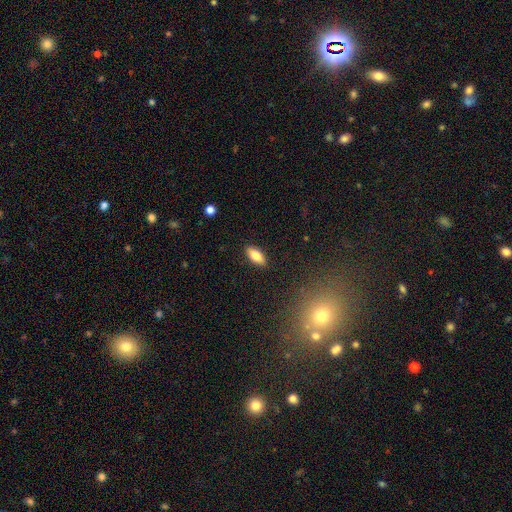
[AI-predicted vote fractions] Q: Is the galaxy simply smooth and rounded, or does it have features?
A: smooth — 79%.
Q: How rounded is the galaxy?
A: in between — 85%.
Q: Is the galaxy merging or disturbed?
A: none — 89%.